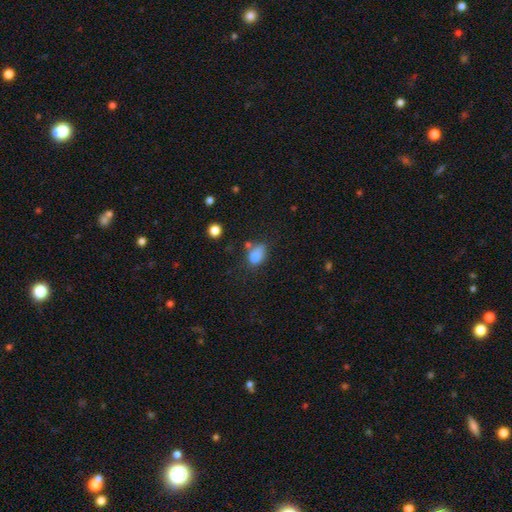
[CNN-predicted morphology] Smooth or featured? smooth (79%)
How rounded? in between (76%)
Merging? none (45%)